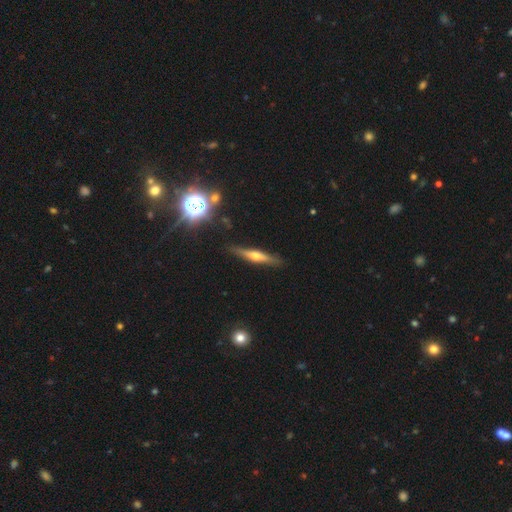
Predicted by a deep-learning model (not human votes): The model was most divided on "smooth or featured": featured or disk: 62%, smooth: 29%, star or artifact: 9%. More confident: edge-on disk — yes (95%); edge-on bulge — rounded (88%); merging — none (87%).